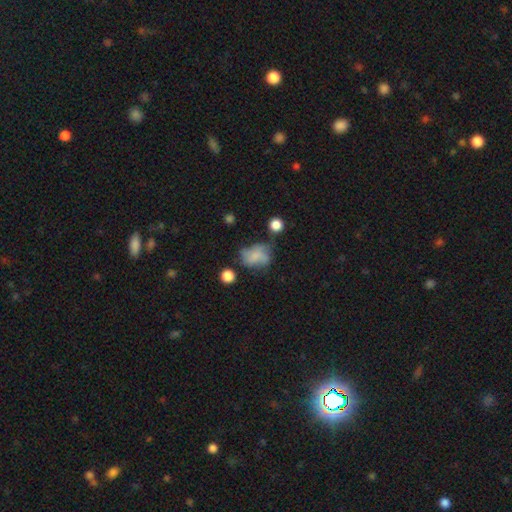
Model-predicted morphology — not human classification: The model was most divided on "merging": none: 37%, minor disturbance: 29%, major disturbance: 24%, merger: 10%. More confident: smooth or featured — smooth (64%); how rounded — in between (61%).